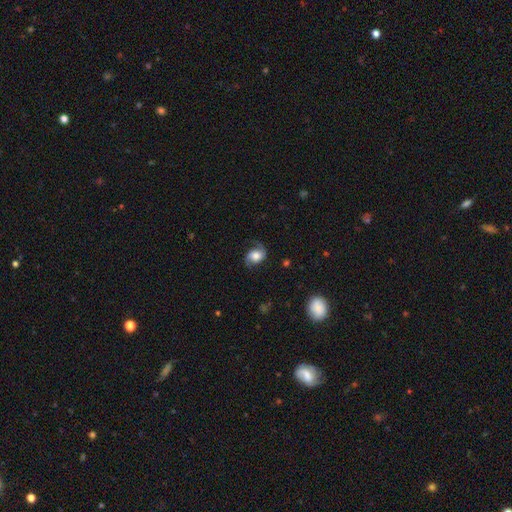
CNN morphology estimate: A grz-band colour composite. It shows a featured or disk galaxy (59%) with no bar (65%), 2 (83%) loose (46%) spiral arms (92%) and a moderate central bulge (47%). Merging: none (66%).